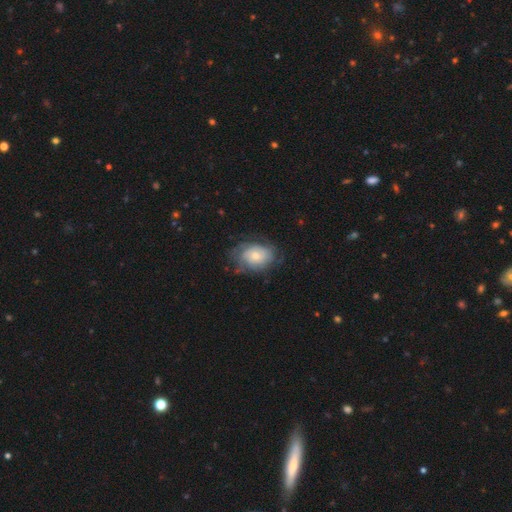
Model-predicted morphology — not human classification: This is possibly a featured or disk galaxy (51%). It is clearly not viewed edge-on (96%). Merging: likely none (62%).